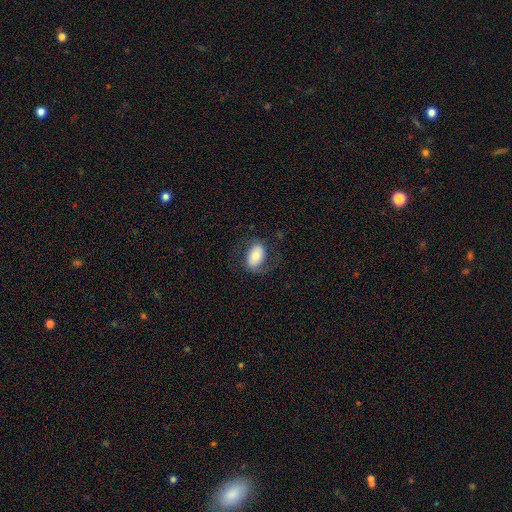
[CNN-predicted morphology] Smooth or featured: smooth — 56% (featured or disk — 37%)
How rounded: in between — 86% (round — 13%)
Merging: none — 68% (minor disturbance — 18%)